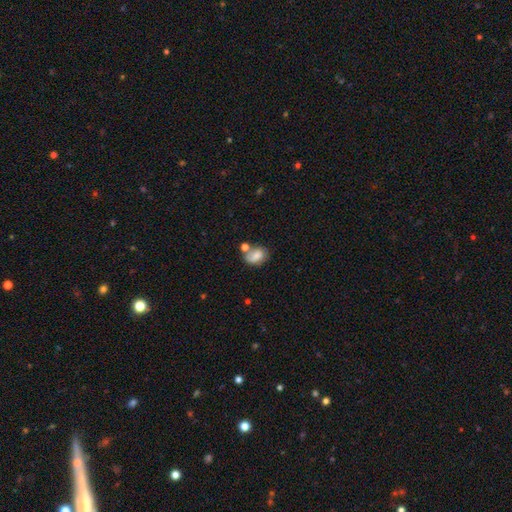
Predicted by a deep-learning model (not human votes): Smooth or featured? smooth (70%)
How rounded? in between (71%)
Merging? none (41%)